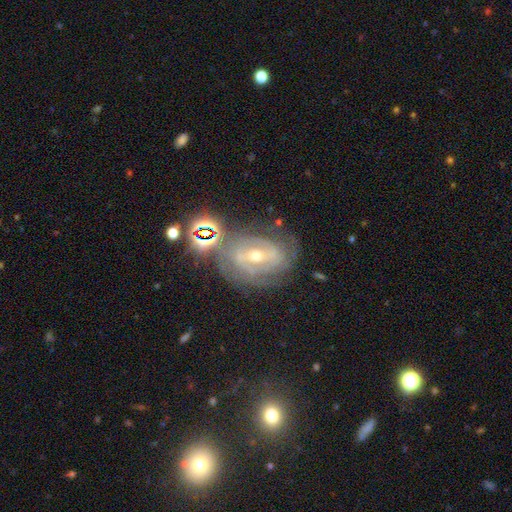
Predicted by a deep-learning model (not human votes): Morphology: type=featured or disk (79%); edge-on=no (95%); bar=weak (42%); spiral arms=yes (88%); winding=tight (65%); arm count=can't tell (41%); bulge=moderate (51%); merging=none (62%).